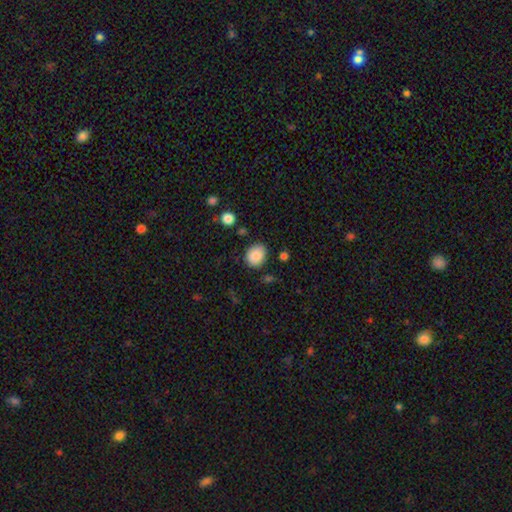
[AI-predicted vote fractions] Smooth or featured?
  - smooth: 87% *
  - star or artifact: 8%
  - featured or disk: 5%
How rounded?
  - round: 59% *
  - in between: 41%
  - cigar-shaped: 1%
Merging?
  - none: 81% *
  - minor disturbance: 13%
  - major disturbance: 3%
  - merger: 2%